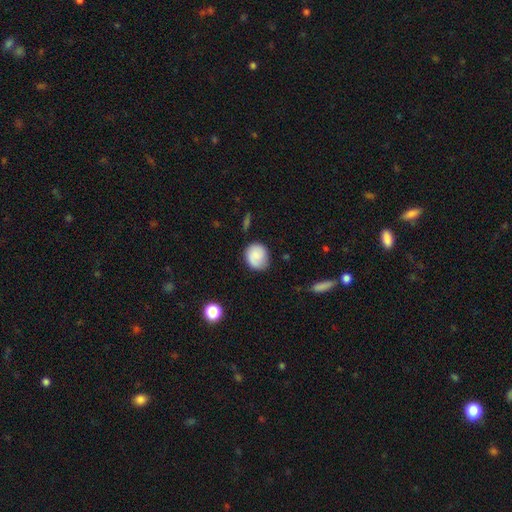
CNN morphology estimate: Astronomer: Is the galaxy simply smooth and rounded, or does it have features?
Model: smooth — 80%.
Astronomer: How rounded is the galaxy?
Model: round — 77%.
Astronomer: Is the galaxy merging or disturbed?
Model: none — 70%.